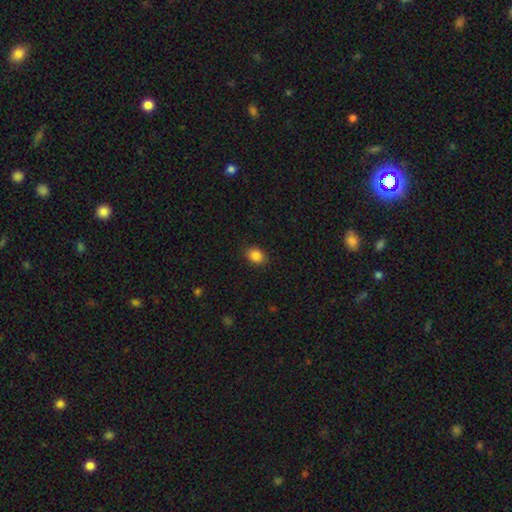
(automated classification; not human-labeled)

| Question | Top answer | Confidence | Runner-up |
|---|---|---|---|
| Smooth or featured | smooth | 86% | star or artifact (10%) |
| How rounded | in between | 60% | round (39%) |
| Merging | none | 89% | minor disturbance (8%) |